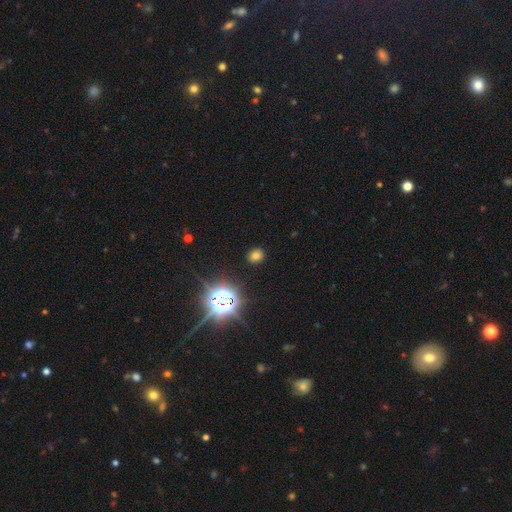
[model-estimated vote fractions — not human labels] The model was most divided on "smooth or featured": smooth: 66%, star or artifact: 27%, featured or disk: 7%. More confident: merging — none (88%); how rounded — round (71%).